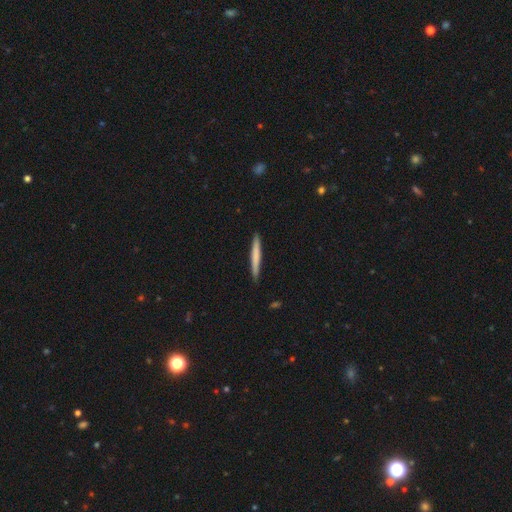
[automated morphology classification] A smooth galaxy with no disk features (68%) that is cigar-shaped (97%). Merging: none (91%).